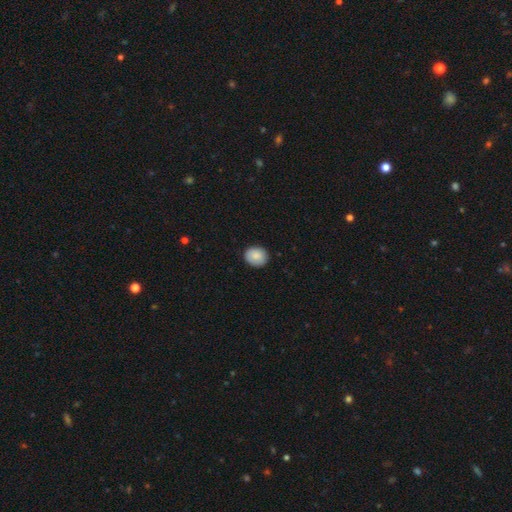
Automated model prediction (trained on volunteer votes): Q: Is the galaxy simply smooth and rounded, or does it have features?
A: smooth — 88%.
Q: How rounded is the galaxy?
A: round — 72%.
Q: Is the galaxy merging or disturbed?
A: none — 89%.